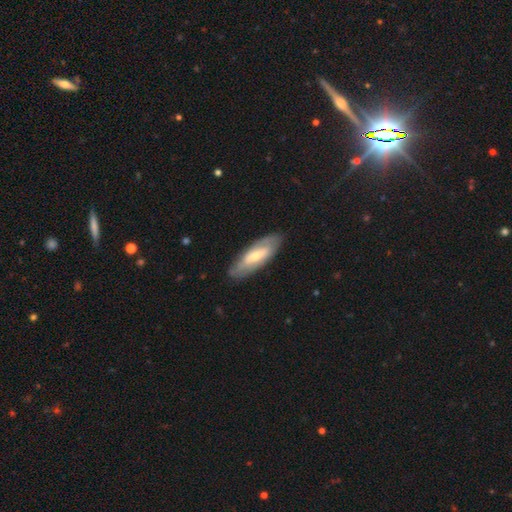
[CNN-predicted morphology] Smooth or featured? Predicted: featured or disk (p=0.53). Edge-on disk? Predicted: no (p=0.77). Merging? Predicted: none (p=0.83).